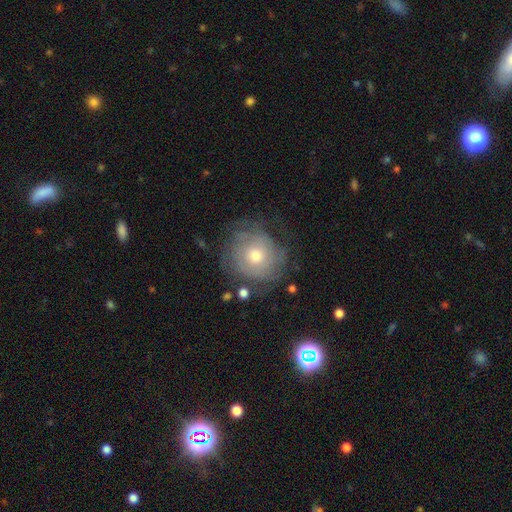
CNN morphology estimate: Q: Smooth or featured?
A: featured or disk (56%); runner-up: smooth (34%)
Q: Edge-on disk?
A: no (97%); runner-up: yes (3%)
Q: Bar?
A: no (85%); runner-up: weak (13%)
Q: Spiral arms?
A: yes (71%); runner-up: no (29%)
Q: Bulge size?
A: moderate (59%); runner-up: small (35%)
Q: Merging?
A: none (66%); runner-up: minor disturbance (20%)